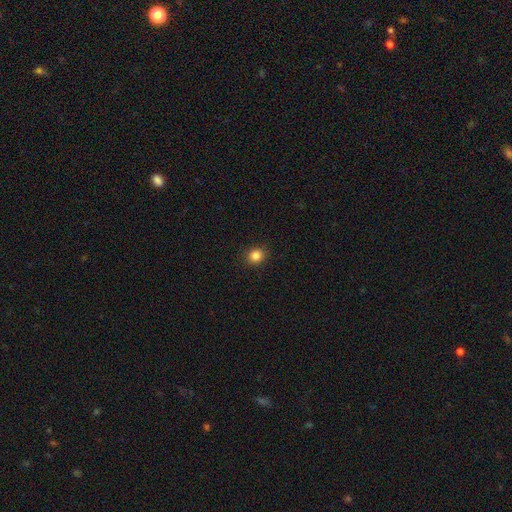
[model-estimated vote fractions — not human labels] This appears to be a smooth galaxy with no disk features (85%) that is round (80%). Merging: none (90%).